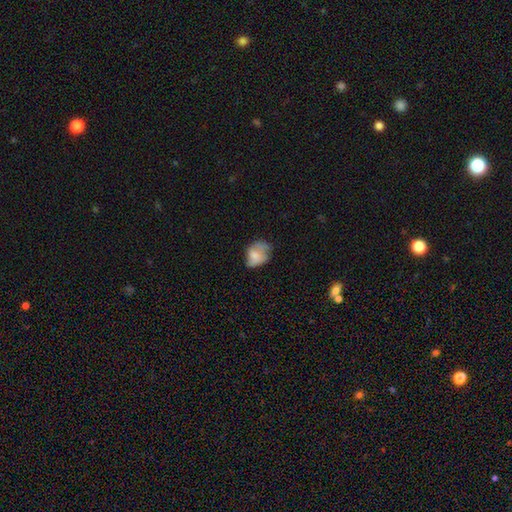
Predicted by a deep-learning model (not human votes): Overall: smooth (63%; featured or disk 28%). How rounded: in between (63%; round 36%). Merging: none (43%; minor disturbance 36%).